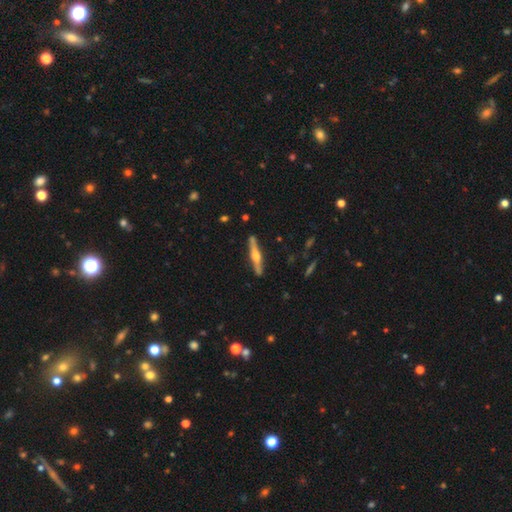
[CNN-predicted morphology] The model was most divided on "smooth or featured": featured or disk: 72%, smooth: 23%, star or artifact: 5%. More confident: edge-on disk — yes (97%); edge-on bulge — rounded (91%); merging — none (89%).